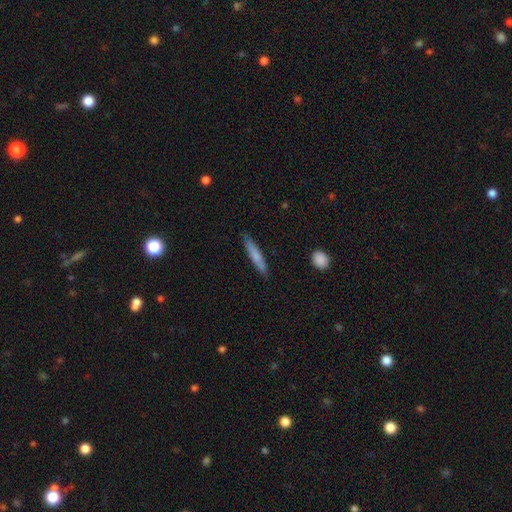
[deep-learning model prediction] smooth 70%, featured or disk 24%, star or artifact 6%. Down the decision tree: how rounded — cigar-shaped (93%); merging — none (88%).